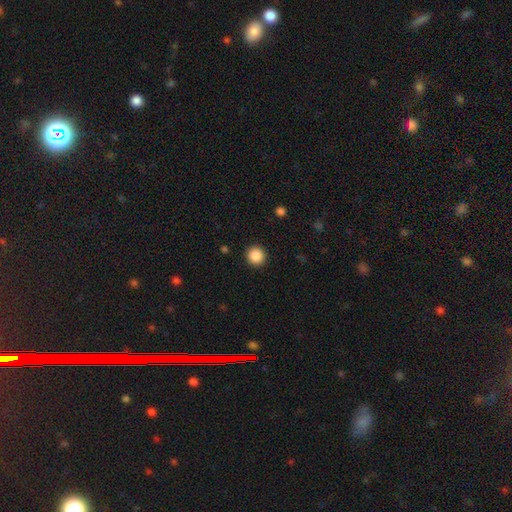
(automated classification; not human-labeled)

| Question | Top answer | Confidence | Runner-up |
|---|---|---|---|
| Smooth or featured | smooth | 88% | star or artifact (9%) |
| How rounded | round | 95% | in between (5%) |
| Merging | none | 93% | minor disturbance (5%) |